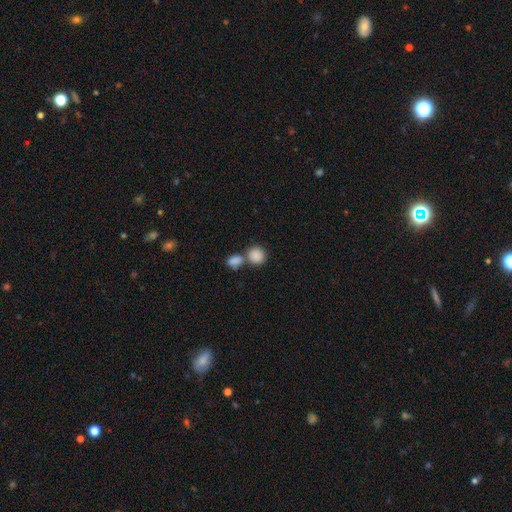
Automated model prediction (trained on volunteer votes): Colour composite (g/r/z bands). It shows a smooth galaxy with no disk features (87%) that is round (79%). Merging: merger (45%).